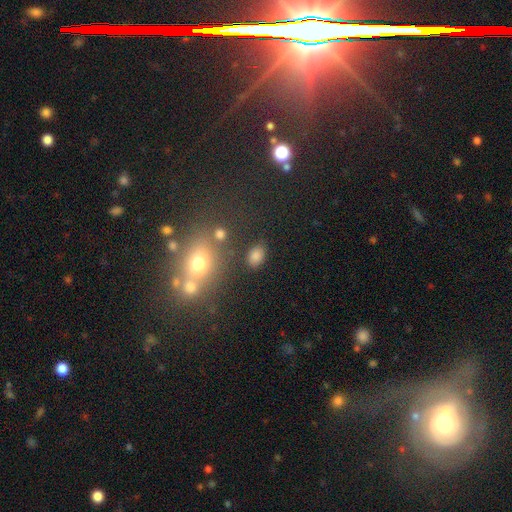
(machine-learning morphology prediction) Smooth or featured? smooth (79%)
How rounded? in between (80%)
Merging? none (79%)